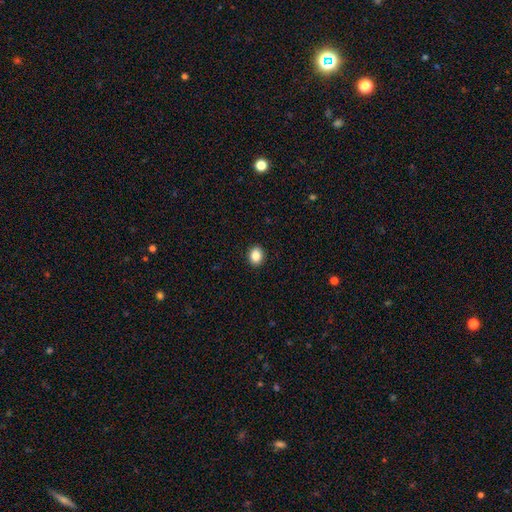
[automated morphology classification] Overall: smooth (87%). How rounded: in between (51%; round 48%). Merging: none (92%).